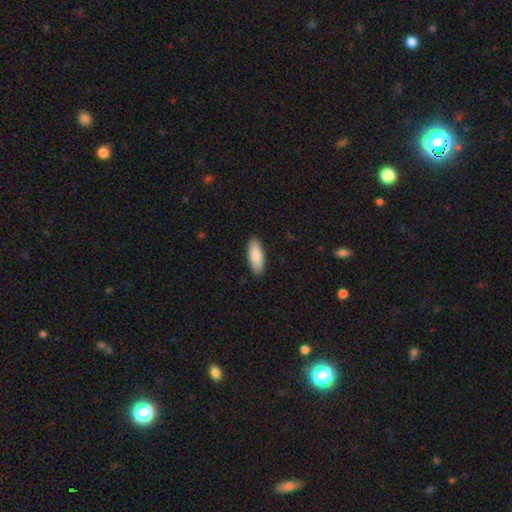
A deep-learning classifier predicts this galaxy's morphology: smooth_or_featured: smooth (p=0.89) [alt: featured or disk p=0.06]
how_rounded: in between (p=0.79) [alt: cigar-shaped p=0.20]
merging: none (p=0.89) [alt: minor disturbance p=0.08]